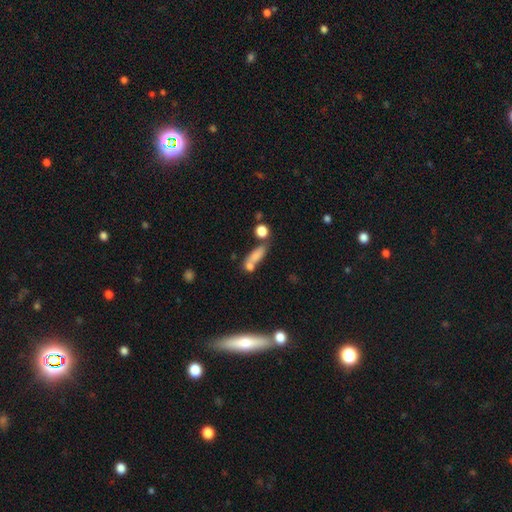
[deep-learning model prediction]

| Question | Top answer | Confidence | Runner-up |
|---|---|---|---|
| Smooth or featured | smooth | 74% | featured or disk (15%) |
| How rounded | in between | 55% | cigar-shaped (36%) |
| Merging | none | 43% | merger (35%) |